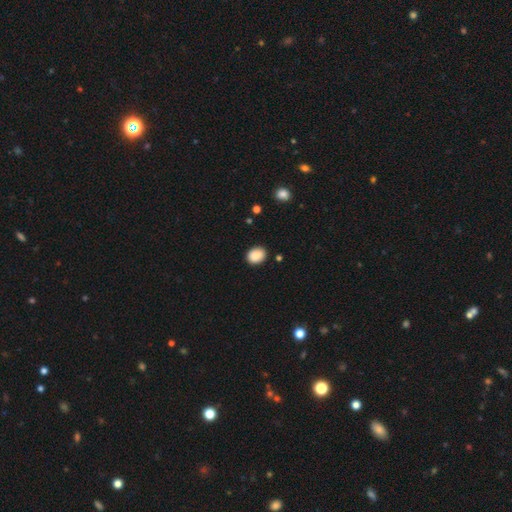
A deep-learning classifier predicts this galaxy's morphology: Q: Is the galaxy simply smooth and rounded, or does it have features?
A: smooth — 89%.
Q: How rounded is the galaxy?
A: in between — 57%.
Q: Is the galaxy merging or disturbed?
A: none — 87%.